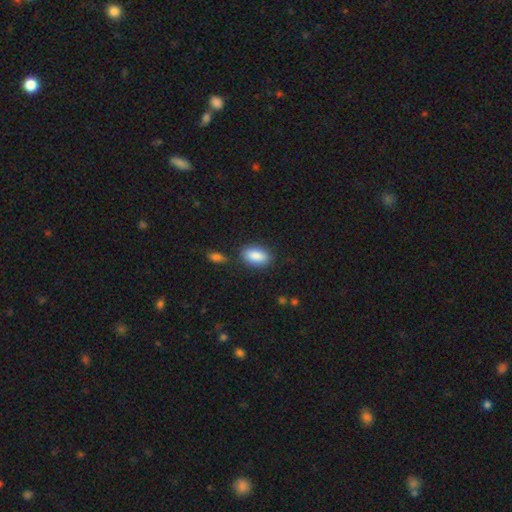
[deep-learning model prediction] Smooth or featured? Predicted: smooth (p=0.88). How rounded? Predicted: in between (p=0.91). Merging? Predicted: none (p=0.80).